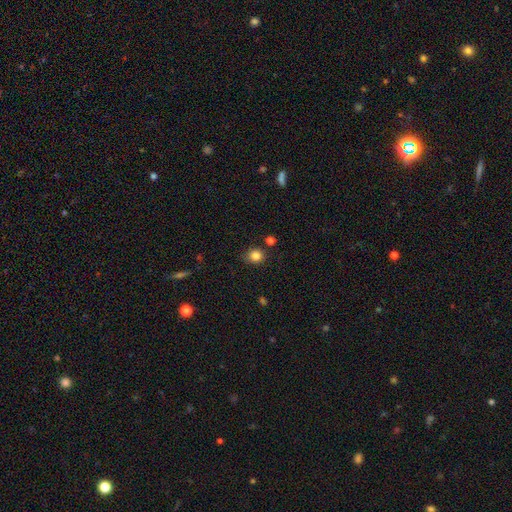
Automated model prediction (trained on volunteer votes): smooth-or-featured: smooth: 84% | star or artifact: 11% | featured or disk: 5%
  how-rounded: round: 81% | in between: 18% | cigar-shaped: 1%
  merging: none: 80% | minor disturbance: 12% | merger: 4% | major disturbance: 3%